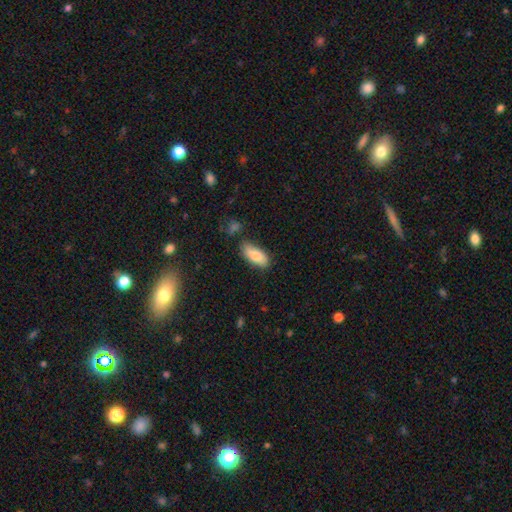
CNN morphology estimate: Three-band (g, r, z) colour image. It shows a smooth galaxy with no disk features (79%) that is in between round and cigar-shaped (84%). Merging: none (75%).